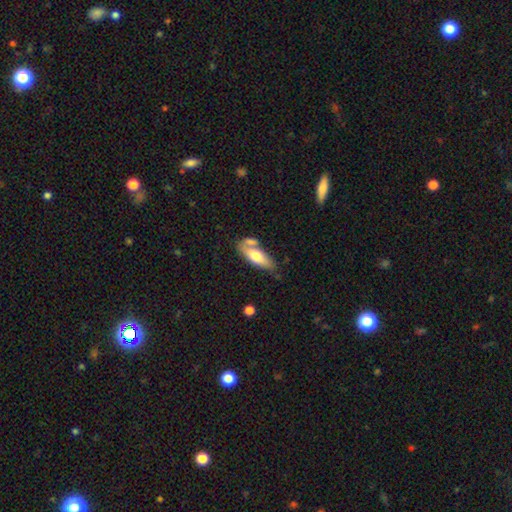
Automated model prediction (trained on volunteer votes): This appears to be a smooth galaxy with no disk features (64%) that is in between round and cigar-shaped (69%). Merging: none (46%).